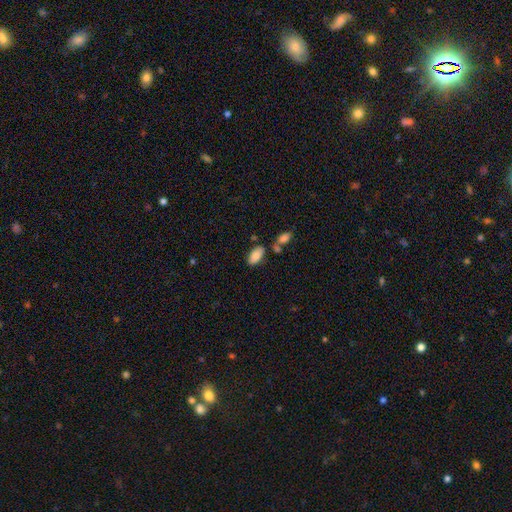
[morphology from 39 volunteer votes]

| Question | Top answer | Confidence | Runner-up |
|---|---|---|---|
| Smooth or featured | smooth | 87% | star or artifact (8%) |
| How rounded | in between | 91% | cigar-shaped (6%) |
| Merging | none | 75% | major disturbance (11%) |